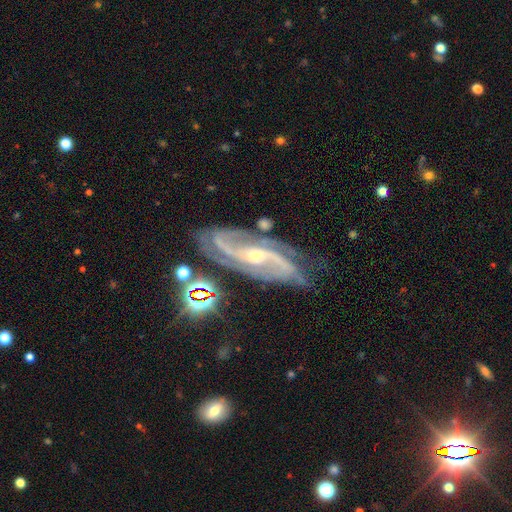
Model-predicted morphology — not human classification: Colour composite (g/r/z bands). It shows a featured or disk galaxy (90%) with a weak bar (39%), 2 (74%) medium (52%) spiral arms (98%) and a small central bulge (55%). Merging: none (72%).